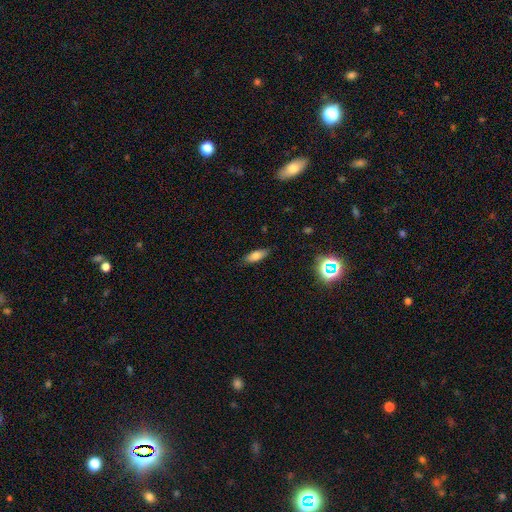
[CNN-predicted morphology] Q: Smooth or featured?
A: smooth (74%); runner-up: featured or disk (16%)
Q: How rounded?
A: in between (70%); runner-up: cigar-shaped (27%)
Q: Merging?
A: none (86%); runner-up: minor disturbance (11%)